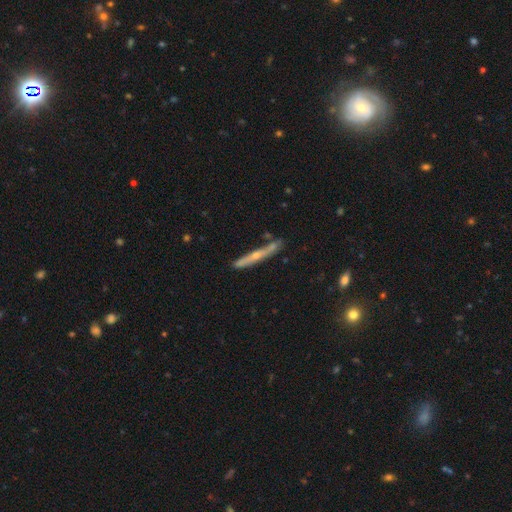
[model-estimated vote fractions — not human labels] The model was most divided on "smooth or featured": featured or disk: 63%, smooth: 31%, star or artifact: 6%. More confident: edge-on disk — yes (93%); merging — none (75%); edge-on bulge — rounded (72%).